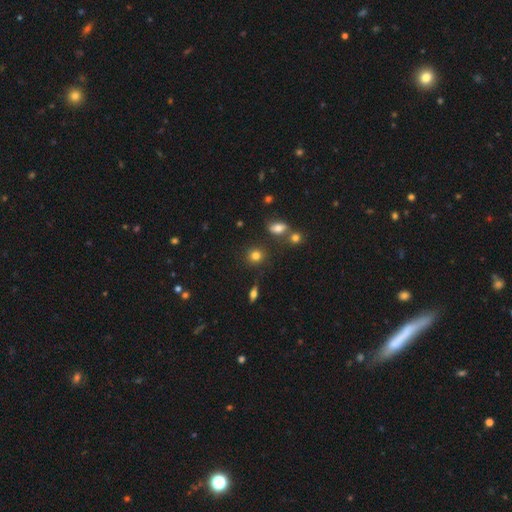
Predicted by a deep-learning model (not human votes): The model was most divided on "smooth or featured": smooth: 80%, star or artifact: 13%, featured or disk: 7%. More confident: how rounded — round (85%); merging — none (82%).